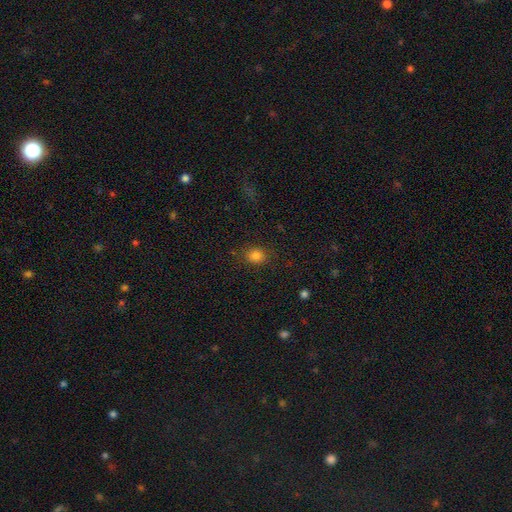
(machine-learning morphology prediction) A smooth galaxy with no disk features (82%) that is round (62%).

Vote fractions:
- Smooth or featured? smooth: 82% / star or artifact: 13% / featured or disk: 5%
- How rounded? round: 62% / in between: 36% / cigar-shaped: 1%
- Merging? none: 85% / minor disturbance: 10% / major disturbance: 3% / merger: 1%